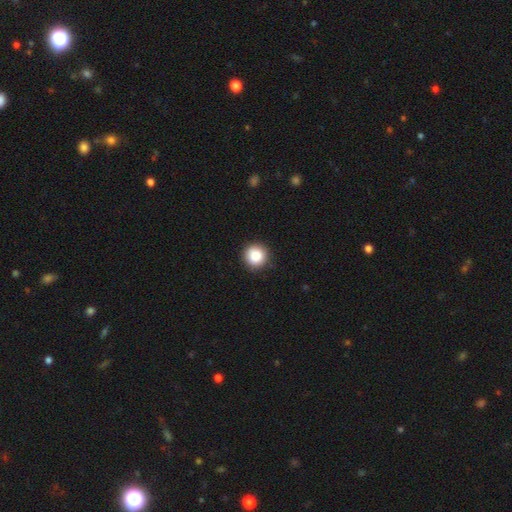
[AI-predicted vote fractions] Q: Smooth or featured?
A: smooth (85%); runner-up: star or artifact (10%)
Q: How rounded?
A: round (94%); runner-up: in between (5%)
Q: Merging?
A: none (91%); runner-up: minor disturbance (6%)